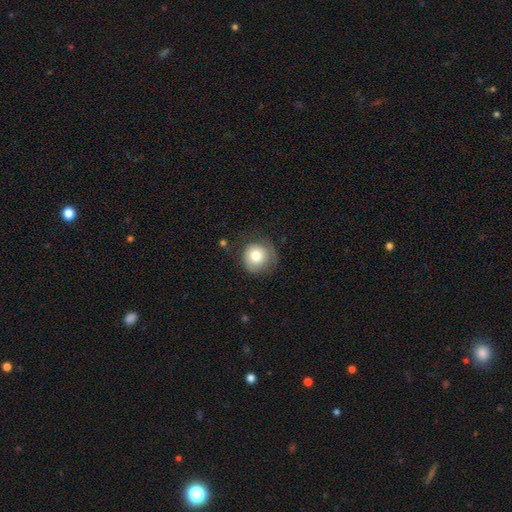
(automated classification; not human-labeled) smooth_or_featured: smooth (p=0.74) [alt: featured or disk p=0.17]
how_rounded: round (p=0.92) [alt: in between p=0.07]
merging: none (p=0.65) [alt: minor disturbance p=0.22]